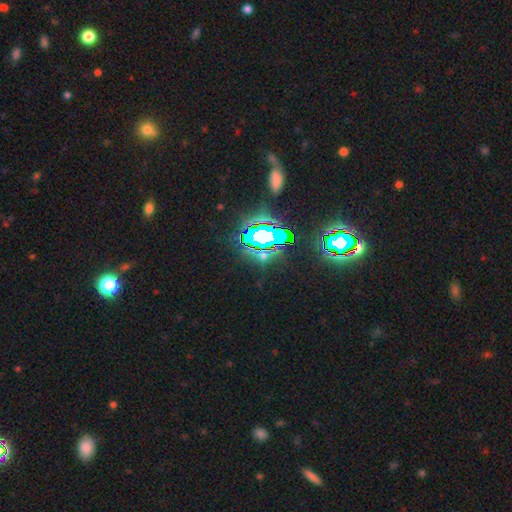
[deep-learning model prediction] This appears to be a star or artifact, not a galaxy (83%).